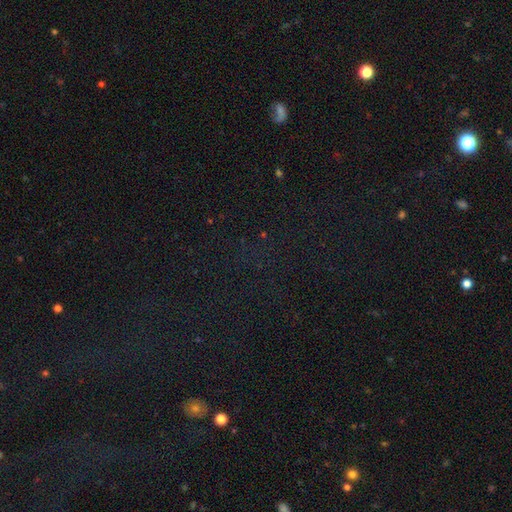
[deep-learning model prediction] This appears to be a star or artifact, not a galaxy (75%).